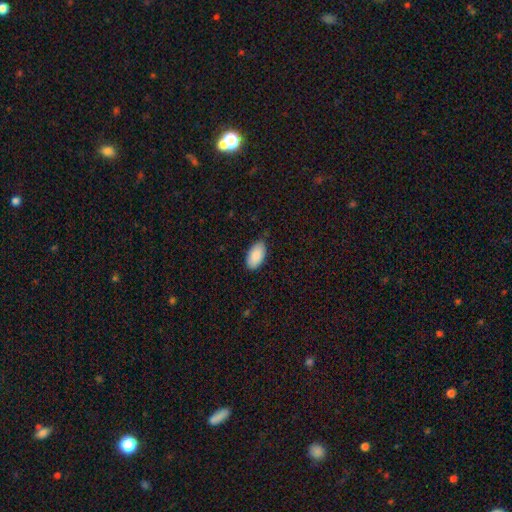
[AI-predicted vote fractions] The model was most divided on "merging": none: 80%, minor disturbance: 17%, major disturbance: 2%, merger: 1%. More confident: how rounded — in between (95%); smooth or featured — smooth (89%).